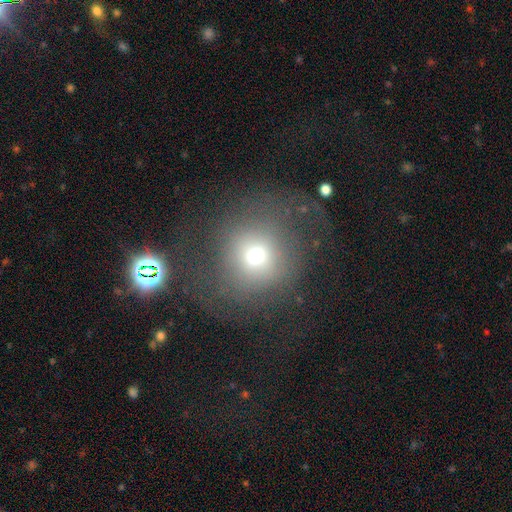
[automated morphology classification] A smooth galaxy with no disk features (64%) that is round (89%).

Vote fractions:
- Smooth or featured? smooth: 64% / featured or disk: 19% / star or artifact: 17%
- How rounded? round: 89% / in between: 10% / cigar-shaped: 1%
- Merging? none: 57% / major disturbance: 23% / minor disturbance: 15% / merger: 5%